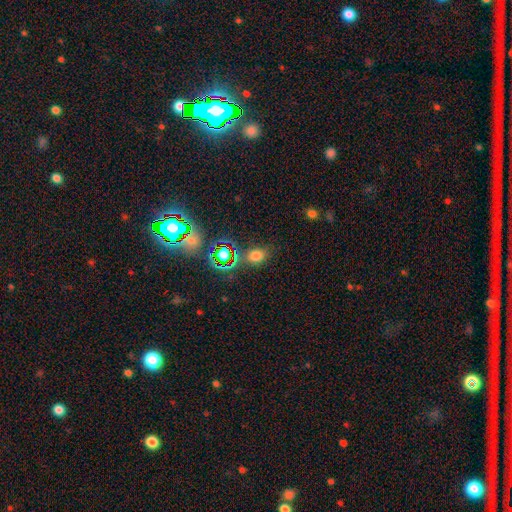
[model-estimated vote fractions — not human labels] Overall: smooth (65%; star or artifact 27%). How rounded: in between (63%; round 35%). Merging: none (76%).